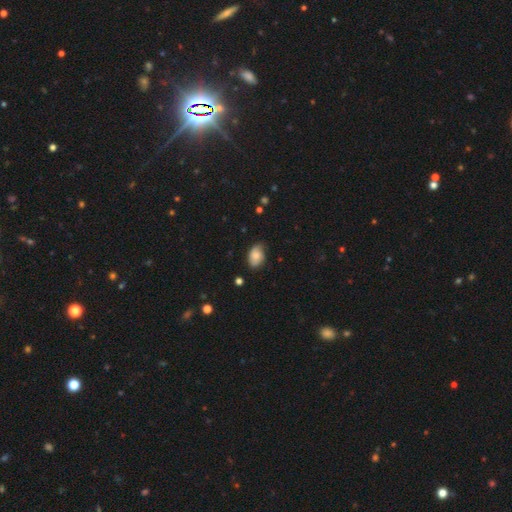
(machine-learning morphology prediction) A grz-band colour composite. It shows a smooth galaxy with no disk features (74%) that is in between round and cigar-shaped (84%). Merging: none (70%).